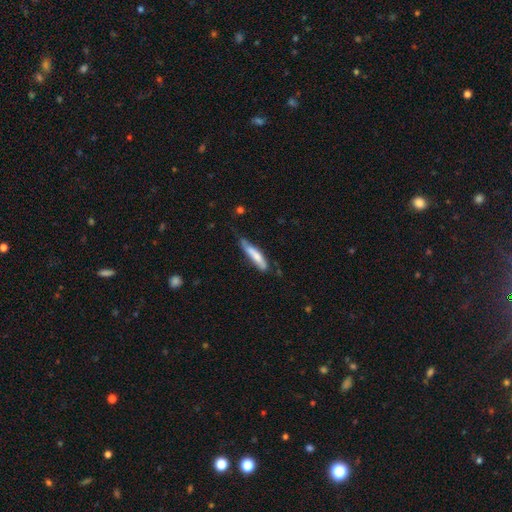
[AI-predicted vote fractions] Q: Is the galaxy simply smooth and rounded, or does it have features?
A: smooth — 66%.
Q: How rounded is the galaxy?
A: cigar-shaped — 83%.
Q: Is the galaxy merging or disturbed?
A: none — 47%.